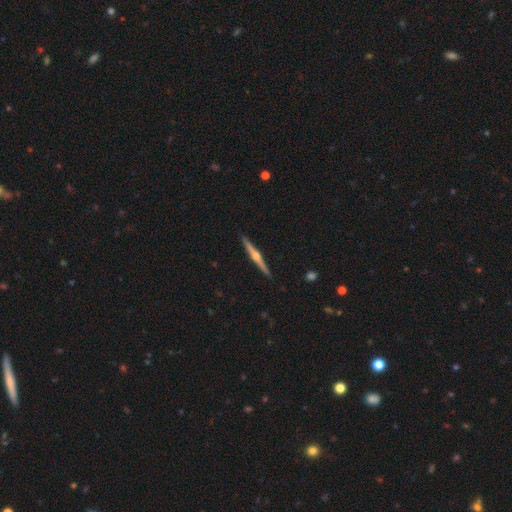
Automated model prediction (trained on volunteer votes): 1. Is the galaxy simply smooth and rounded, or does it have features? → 79% featured or disk, 16% smooth, 5% star or artifact.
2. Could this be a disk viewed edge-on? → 99% yes, 1% no.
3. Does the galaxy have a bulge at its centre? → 92% rounded, 4% boxy, 4% none.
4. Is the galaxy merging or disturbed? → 92% none, 6% minor disturbance, 1% major disturbance, 1% merger.